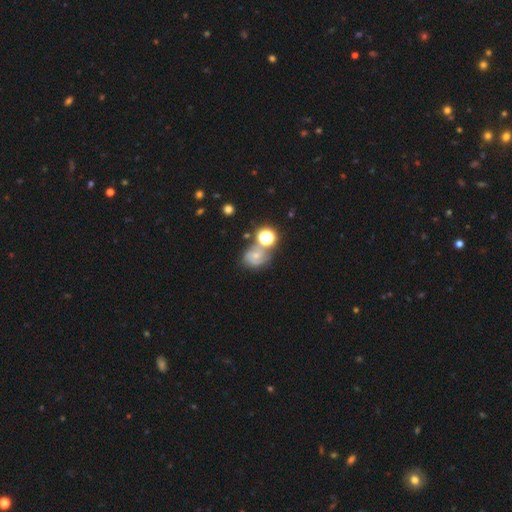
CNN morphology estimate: This appears to be a featured or disk galaxy (45%). Merging: none (51%).